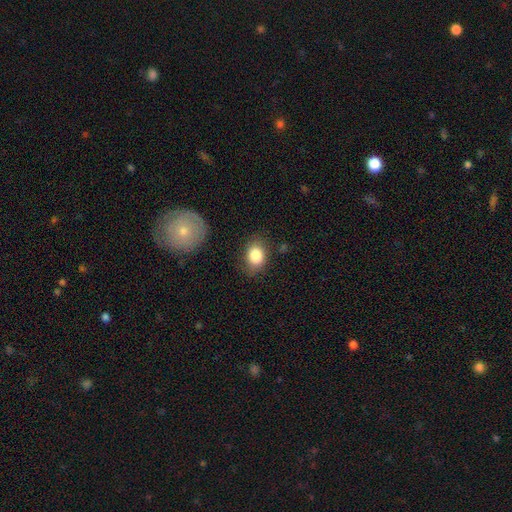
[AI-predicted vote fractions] This is clearly a smooth galaxy (83%). How rounded: likely in between (66%). Merging: likely none (75%).